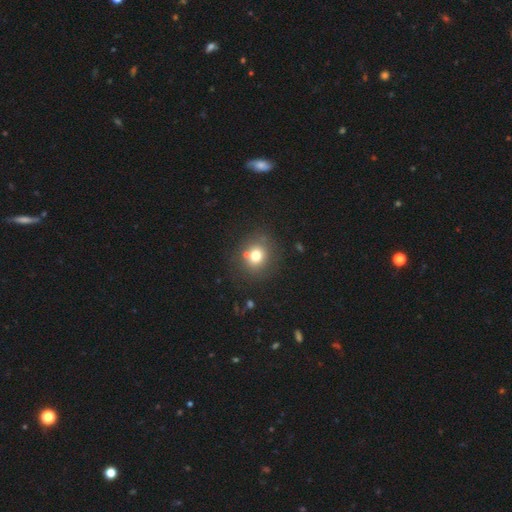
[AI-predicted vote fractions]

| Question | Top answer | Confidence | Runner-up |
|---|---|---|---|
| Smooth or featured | smooth | 73% | star or artifact (14%) |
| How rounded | round | 80% | in between (19%) |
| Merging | none | 75% | minor disturbance (11%) |